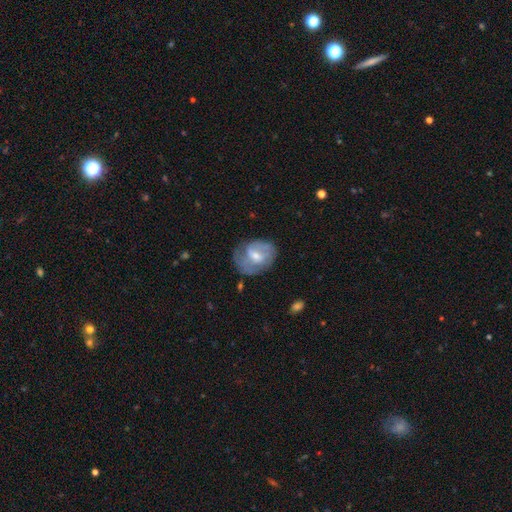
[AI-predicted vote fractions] smooth-or-featured: featured or disk: 65% | smooth: 28% | star or artifact: 6%
  disk-edge-on: no: 97% | yes: 3%
    bar: weak: 56% | no: 27% | strong: 17%
    has-spiral-arms: yes: 81% | no: 19%
      spiral-winding: tight: 42% | medium: 41% | loose: 17%
      spiral-arm-count: 2: 48% | can't tell: 29% | 1: 10% | 3: 9% | 4: 2% | more than 4: 2%
    bulge-size: moderate: 53% | small: 37% | large: 5% | none: 4% | dominant: 1%
  merging: none: 61% | minor disturbance: 25% | major disturbance: 13% | merger: 2%